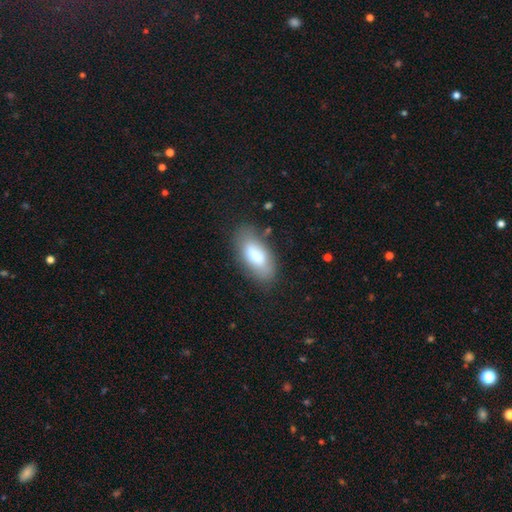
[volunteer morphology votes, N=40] smooth 65%, featured or disk 28%, star or artifact 8%. Down the decision tree: how rounded — in between (92%); merging — none (73%).